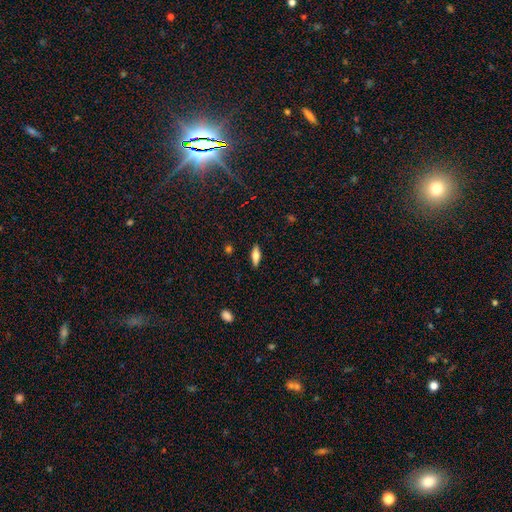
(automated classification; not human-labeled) Morphology: type=smooth (66%); roundness=in between (56%); merging=none (89%).